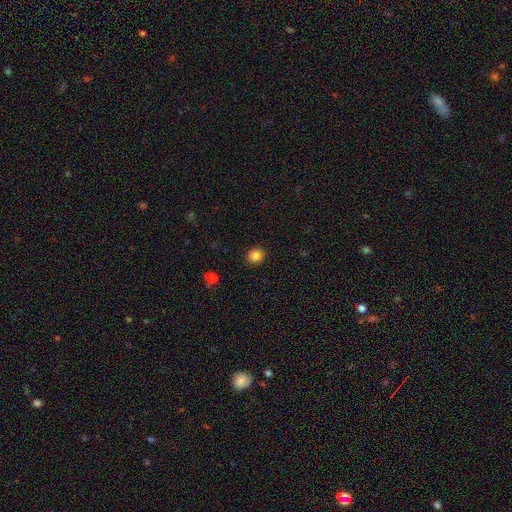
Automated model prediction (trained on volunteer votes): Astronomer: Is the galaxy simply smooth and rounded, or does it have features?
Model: smooth — 84%.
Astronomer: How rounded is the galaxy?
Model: round — 80%.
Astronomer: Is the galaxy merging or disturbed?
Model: none — 91%.